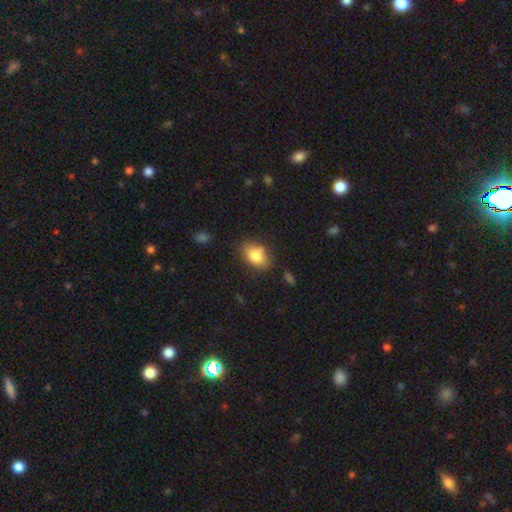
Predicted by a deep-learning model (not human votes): Smooth or featured? smooth (81%)
How rounded? in between (81%)
Merging? none (67%)